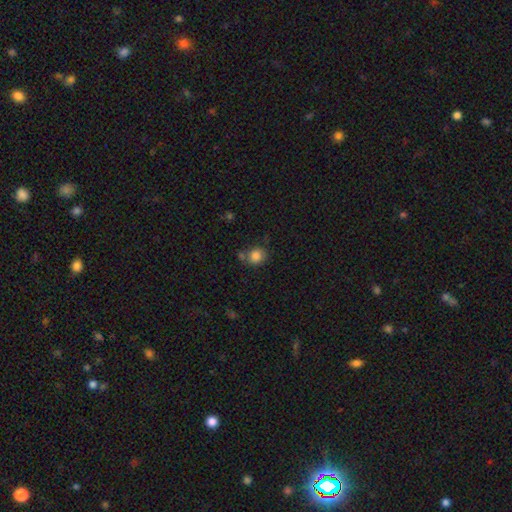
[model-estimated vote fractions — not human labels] This appears to be a smooth galaxy with no disk features (83%) that is round (80%). Merging: none (65%).